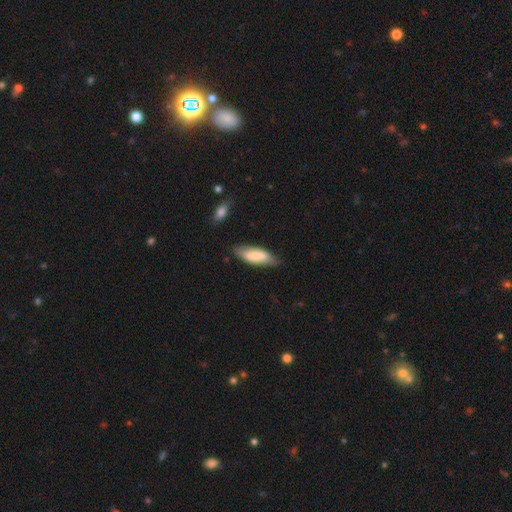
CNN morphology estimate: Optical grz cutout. It shows a smooth galaxy with no disk features (78%) that is in between round and cigar-shaped (62%). Merging: none (74%).